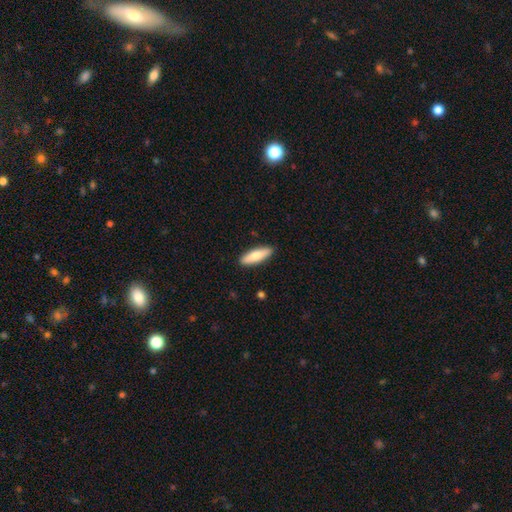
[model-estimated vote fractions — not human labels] smooth-or-featured: smooth: 76% | featured or disk: 19% | star or artifact: 5%
  how-rounded: cigar-shaped: 54% | in between: 44% | round: 2%
  merging: none: 89% | minor disturbance: 8% | major disturbance: 2% | merger: 1%